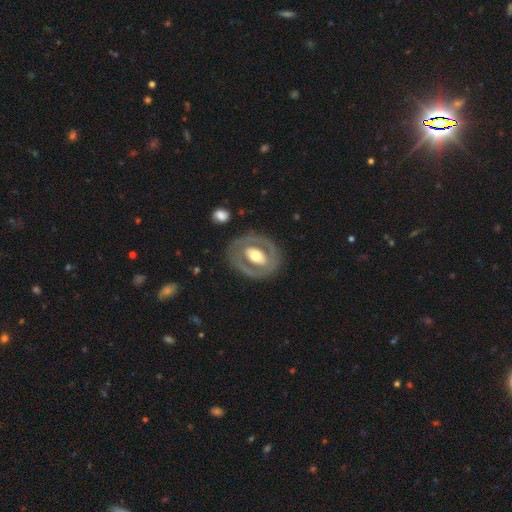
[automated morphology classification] smooth_or_featured: featured or disk (p=0.67) [alt: smooth p=0.28]
disk_edge_on: no (p=0.93) [alt: yes p=0.07]
bar: no (p=0.43) [alt: strong p=0.31]
has_spiral_arms: no (p=0.74) [alt: yes p=0.26]
bulge_size: moderate (p=0.63) [alt: large p=0.26]
merging: none (p=0.79) [alt: minor disturbance p=0.13]